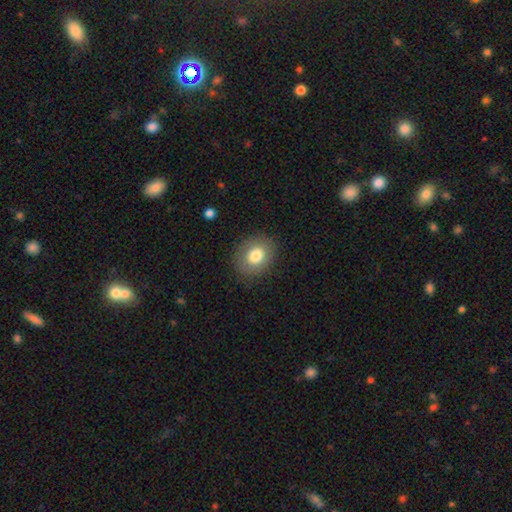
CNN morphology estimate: A smooth galaxy with no disk features (77%) that is round (54%).

Vote fractions:
- Smooth or featured? smooth: 77% / featured or disk: 14% / star or artifact: 9%
- How rounded? round: 54% / in between: 45% / cigar-shaped: 1%
- Merging? none: 84% / minor disturbance: 11% / major disturbance: 4% / merger: 1%